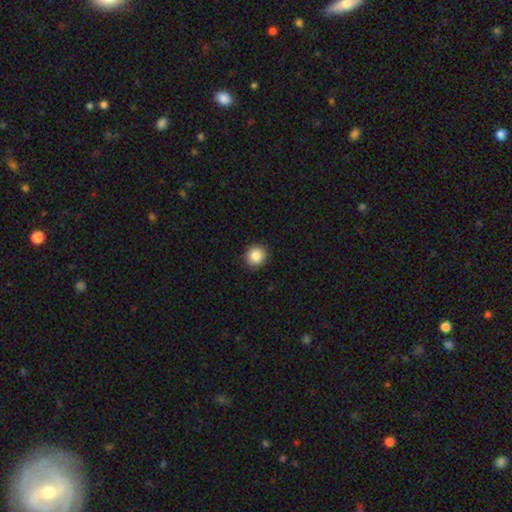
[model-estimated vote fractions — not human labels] Smooth or featured?
  - smooth: 86% *
  - star or artifact: 9%
  - featured or disk: 4%
How rounded?
  - round: 91% *
  - in between: 8%
  - cigar-shaped: 1%
Merging?
  - none: 92% *
  - minor disturbance: 5%
  - major disturbance: 2%
  - merger: 1%